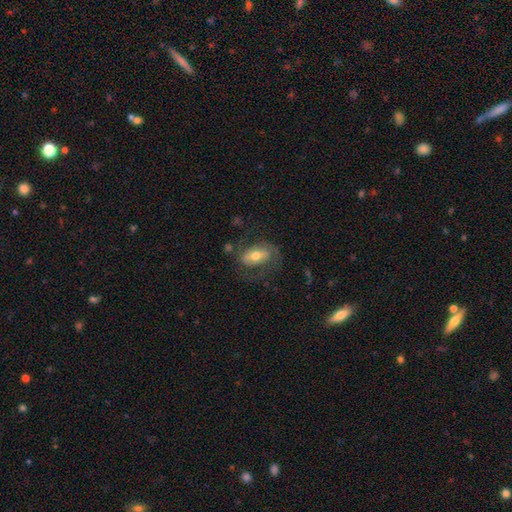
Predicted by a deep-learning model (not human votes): Overall: featured or disk (51%; smooth 42%). Edge-on disk: no (91%). Merging: none (56%; minor disturbance 21%).